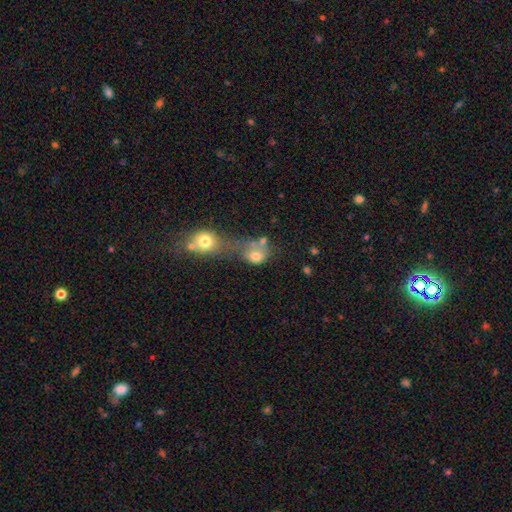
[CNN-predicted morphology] smooth_or_featured: smooth (p=0.71) [alt: featured or disk p=0.17]
how_rounded: round (p=0.61) [alt: in between p=0.37]
merging: merger (p=0.62) [alt: none p=0.18]